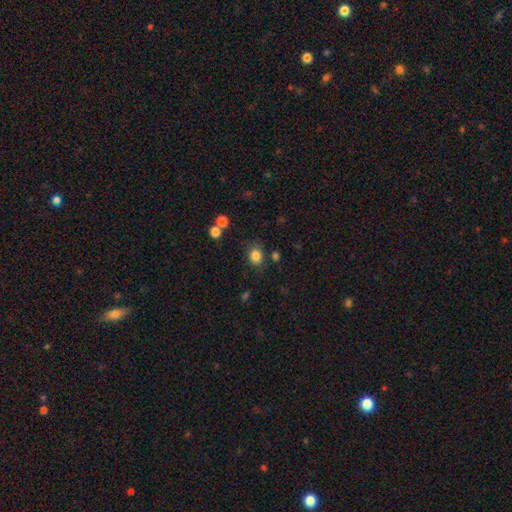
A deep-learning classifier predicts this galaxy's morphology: Smooth or featured?
  - smooth: 84% *
  - star or artifact: 11%
  - featured or disk: 5%
How rounded?
  - round: 56% *
  - in between: 43%
  - cigar-shaped: 1%
Merging?
  - none: 78% *
  - minor disturbance: 13%
  - merger: 5%
  - major disturbance: 4%